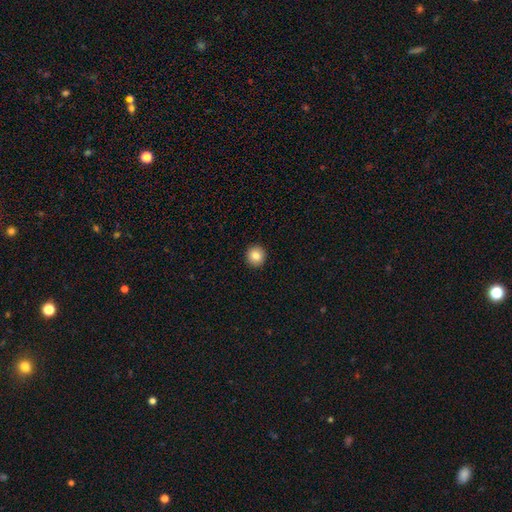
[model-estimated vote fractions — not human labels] smooth-or-featured: smooth: 84% | star or artifact: 9% | featured or disk: 6%
  how-rounded: round: 93% | in between: 6% | cigar-shaped: 1%
  merging: none: 93% | minor disturbance: 4% | major disturbance: 1% | merger: 1%